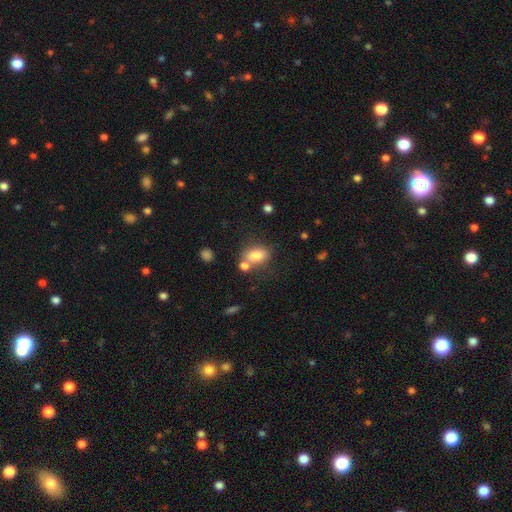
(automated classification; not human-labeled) Smooth or featured?
  - smooth: 79% *
  - featured or disk: 11%
  - star or artifact: 10%
How rounded?
  - in between: 75% *
  - round: 23%
  - cigar-shaped: 2%
Merging?
  - none: 53% *
  - merger: 27%
  - minor disturbance: 14%
  - major disturbance: 5%